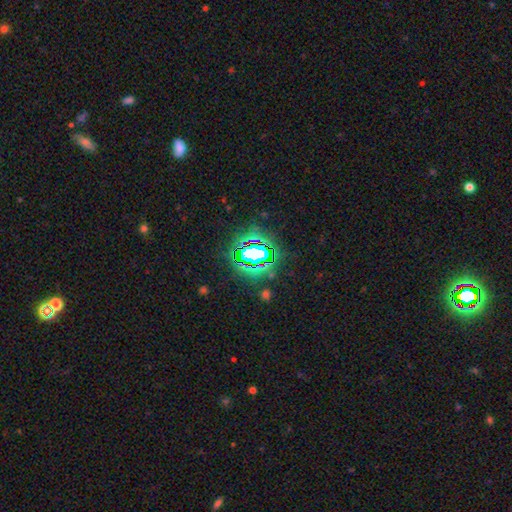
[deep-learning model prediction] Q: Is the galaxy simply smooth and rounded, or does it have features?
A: star or artifact — 72%.